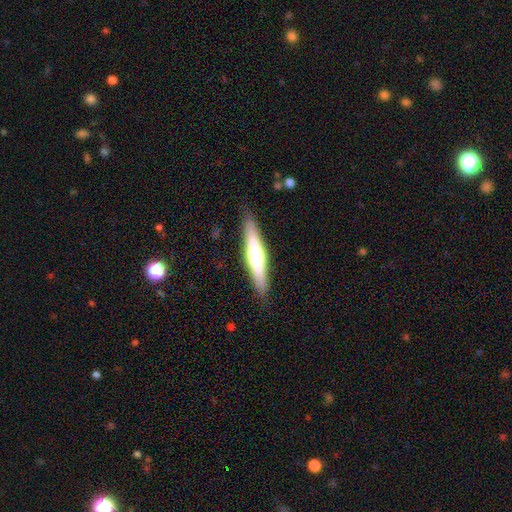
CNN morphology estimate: Smooth or featured?
  - featured or disk: 50% *
  - smooth: 44%
  - star or artifact: 6%
Edge-on disk?
  - yes: 94% *
  - no: 6%
Merging?
  - none: 88% *
  - minor disturbance: 9%
  - major disturbance: 2%
  - merger: 1%